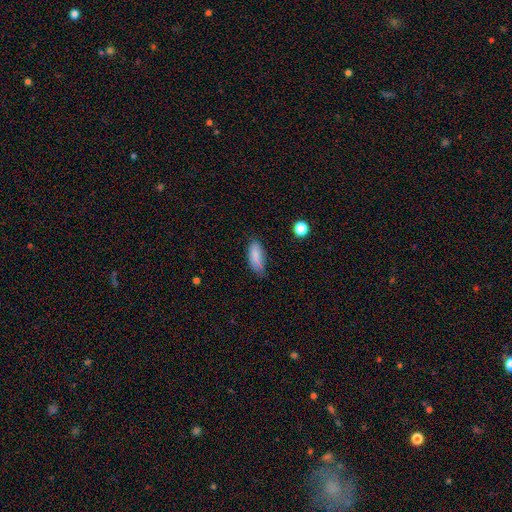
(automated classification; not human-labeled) smooth-or-featured: smooth: 83% | featured or disk: 9% | star or artifact: 8%
  how-rounded: in between: 80% | cigar-shaped: 18% | round: 2%
  merging: none: 61% | minor disturbance: 31% | major disturbance: 6% | merger: 2%